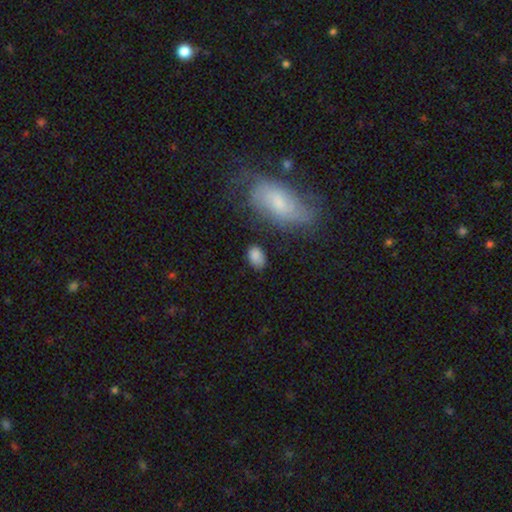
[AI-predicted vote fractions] smooth 82%, featured or disk 10%, star or artifact 9%. Down the decision tree: how rounded — in between (84%); merging — none (69%).